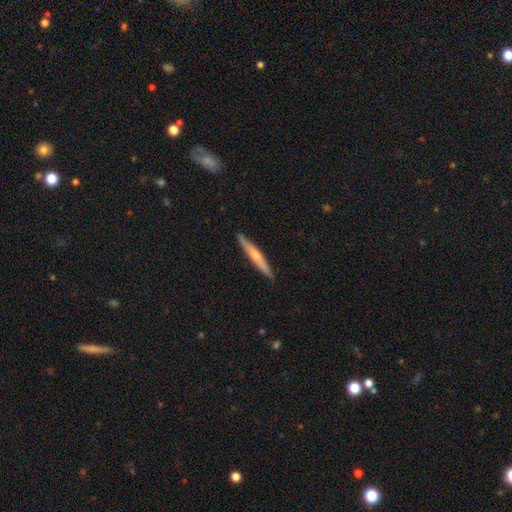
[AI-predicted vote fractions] smooth 49%, featured or disk 46%, star or artifact 5%. Down the decision tree: merging — none (90%).